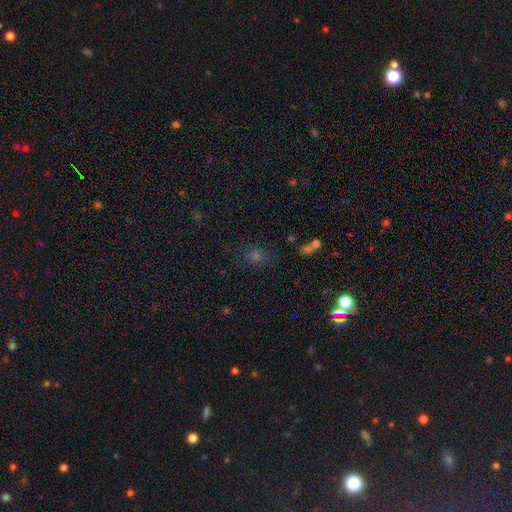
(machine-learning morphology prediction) The model was most divided on "smooth or featured": smooth: 53%, star or artifact: 37%, featured or disk: 9%. More confident: merging — none (78%); how rounded — round (73%).